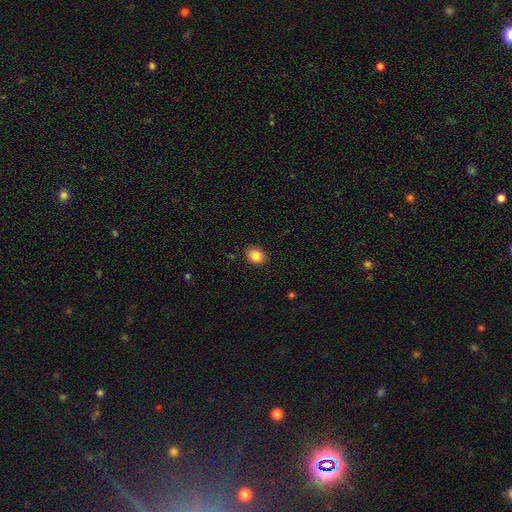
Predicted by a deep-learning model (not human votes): Smooth or featured? Predicted: smooth (p=0.84). How rounded? Predicted: round (p=0.54). Merging? Predicted: none (p=0.89).